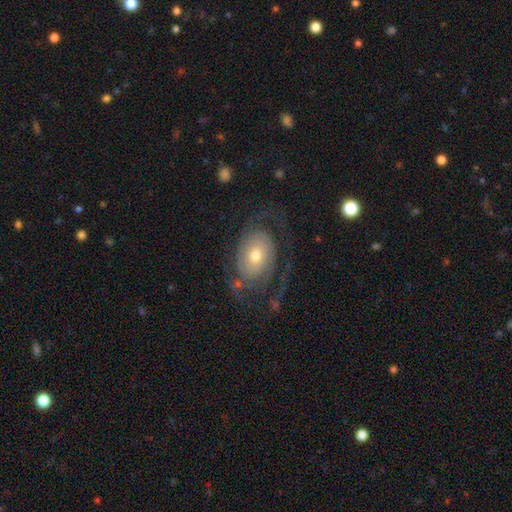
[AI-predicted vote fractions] Smooth or featured? Predicted: featured or disk (p=0.75). Edge-on disk? Predicted: no (p=0.96). Bar? Predicted: no (p=0.75). Spiral arms? Predicted: yes (p=0.87). Spiral winding? Predicted: medium (p=0.39). Spiral arm count? Predicted: 2 (p=0.68). Bulge size? Predicted: moderate (p=0.58). Merging? Predicted: none (p=0.60).